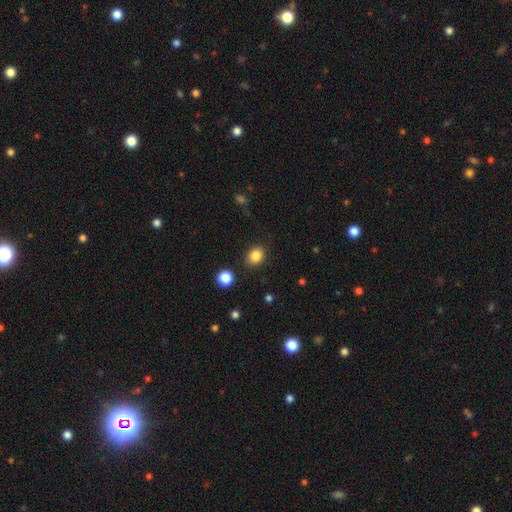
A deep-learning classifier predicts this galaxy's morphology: A smooth galaxy with no disk features (85%) that is round (57%).

Vote fractions:
- Smooth or featured? smooth: 85% / star or artifact: 10% / featured or disk: 5%
- How rounded? round: 57% / in between: 43% / cigar-shaped: 1%
- Merging? none: 86% / minor disturbance: 9% / major disturbance: 3% / merger: 2%